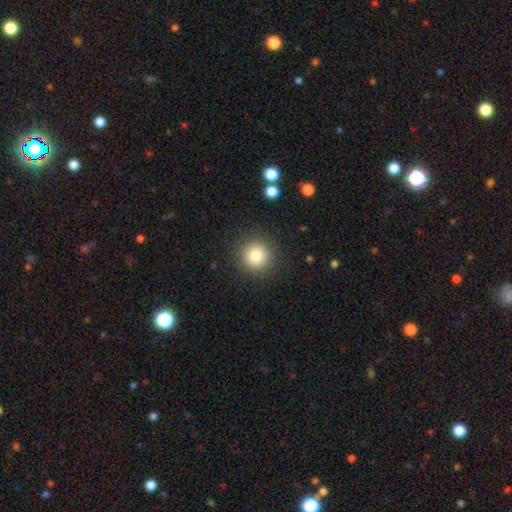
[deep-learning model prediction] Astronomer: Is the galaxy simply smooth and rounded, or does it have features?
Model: smooth — 82%.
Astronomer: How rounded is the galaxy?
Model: round — 94%.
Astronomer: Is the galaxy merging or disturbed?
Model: none — 89%.